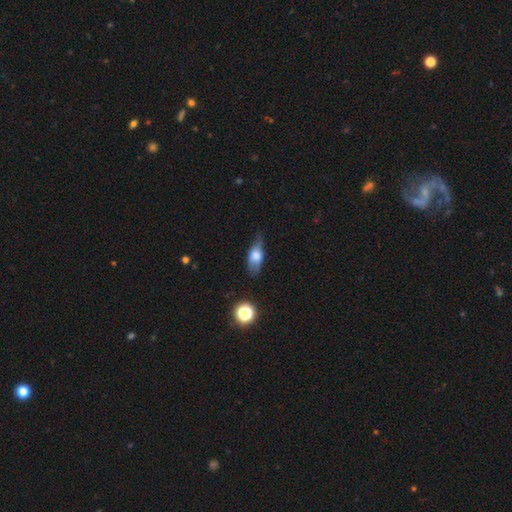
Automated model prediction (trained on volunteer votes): smooth 59%, featured or disk 32%, star or artifact 8%. Down the decision tree: how rounded — in between (76%); merging — none (64%).